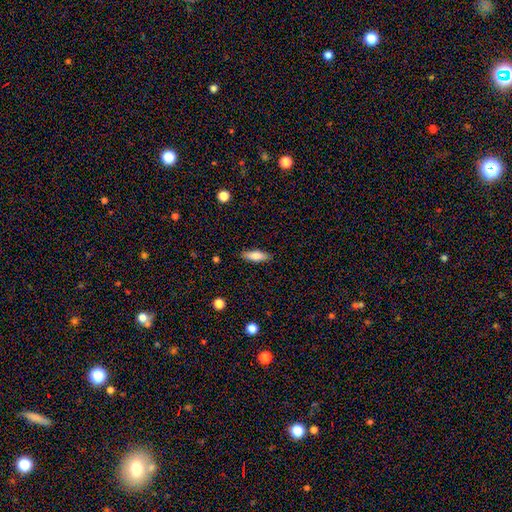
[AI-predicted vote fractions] Smooth or featured? smooth (76%)
How rounded? in between (53%)
Merging? none (87%)